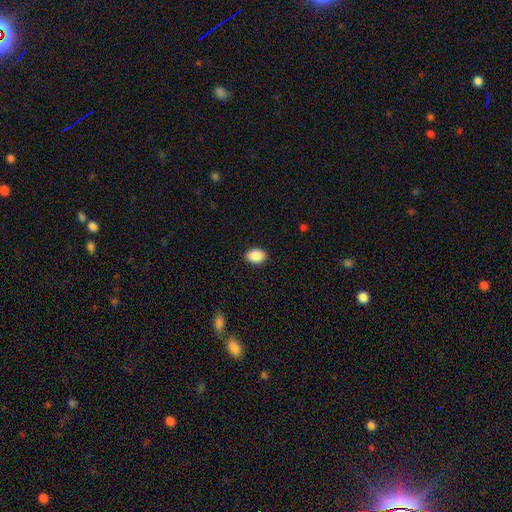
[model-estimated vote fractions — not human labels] This appears to be a smooth galaxy with no disk features (89%) that is in between round and cigar-shaped (74%). Merging: none (89%).